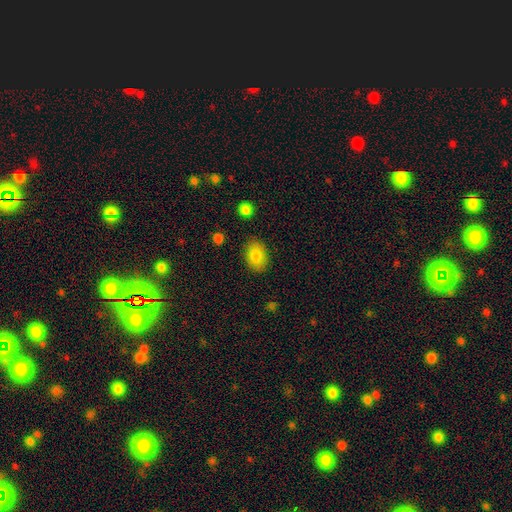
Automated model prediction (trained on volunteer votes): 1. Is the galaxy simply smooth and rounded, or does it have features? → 83% smooth, 9% featured or disk, 8% star or artifact.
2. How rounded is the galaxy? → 82% in between, 17% round, 1% cigar-shaped.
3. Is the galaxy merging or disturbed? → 85% none, 10% minor disturbance, 3% major disturbance, 1% merger.